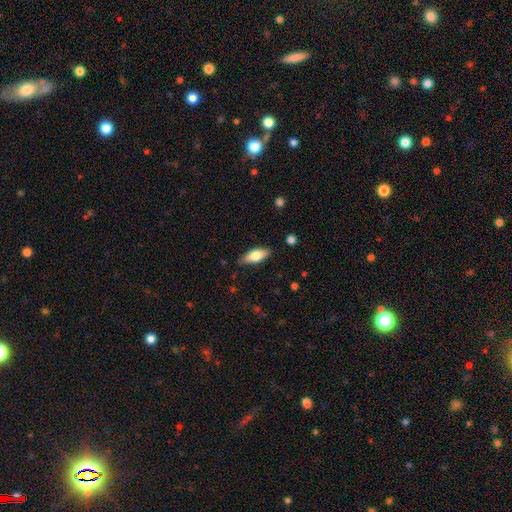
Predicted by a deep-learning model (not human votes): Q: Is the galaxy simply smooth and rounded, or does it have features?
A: smooth — 71%.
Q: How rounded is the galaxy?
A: in between — 78%.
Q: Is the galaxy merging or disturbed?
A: none — 84%.